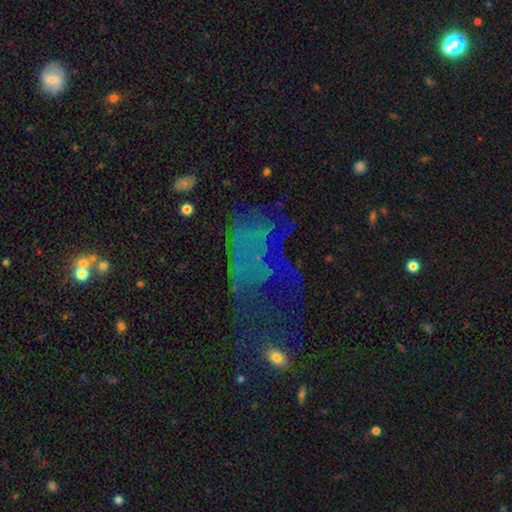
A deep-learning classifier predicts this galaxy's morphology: A featured or disk galaxy (38%).

Vote fractions:
- Smooth or featured? featured or disk: 38% / star or artifact: 37% / smooth: 25%
- Merging? major disturbance: 48% / none: 31% / minor disturbance: 14% / merger: 7%